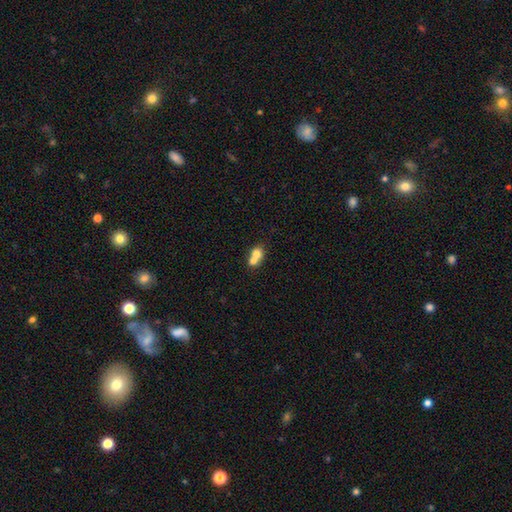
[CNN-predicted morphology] Smooth or featured? smooth (72%)
How rounded? round (66%)
Merging? merger (66%)